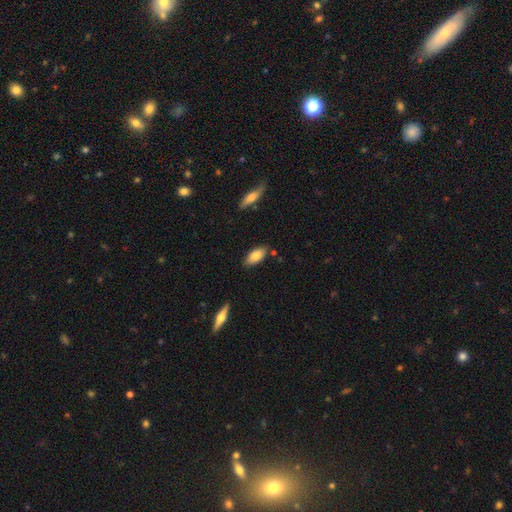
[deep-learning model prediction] This appears to be a smooth galaxy with no disk features (81%) that is in between round and cigar-shaped (88%). Merging: none (82%).